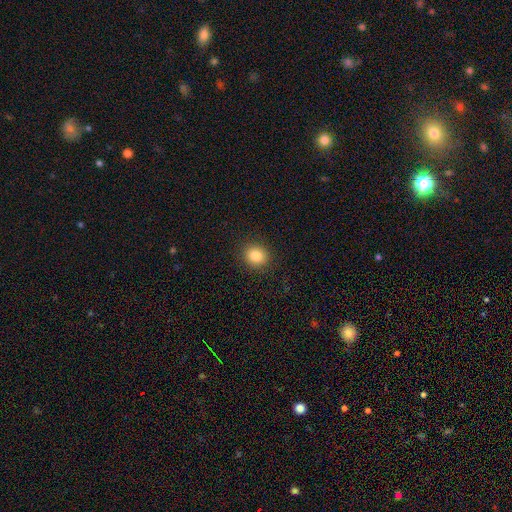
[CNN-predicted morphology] Q: Smooth or featured?
A: smooth (85%); runner-up: star or artifact (10%)
Q: How rounded?
A: round (79%); runner-up: in between (20%)
Q: Merging?
A: none (90%); runner-up: minor disturbance (7%)